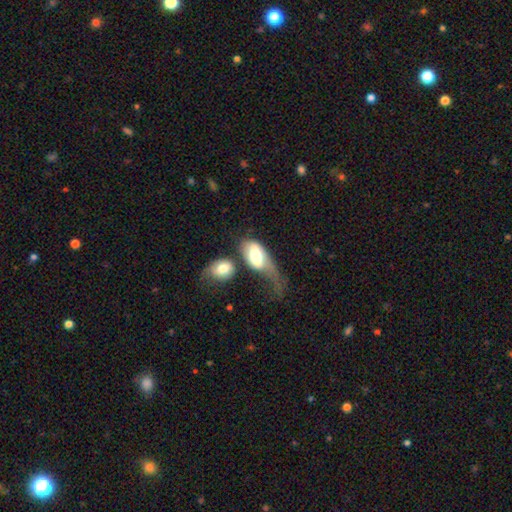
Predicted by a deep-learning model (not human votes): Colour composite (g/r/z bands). It shows a smooth galaxy with no disk features (61%) that is in between round and cigar-shaped (87%). Merging: major disturbance (39%).